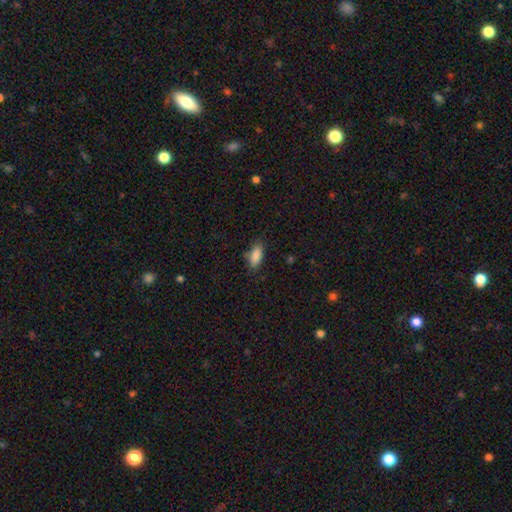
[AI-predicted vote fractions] Overall: smooth (88%). How rounded: in between (84%). Merging: none (80%).